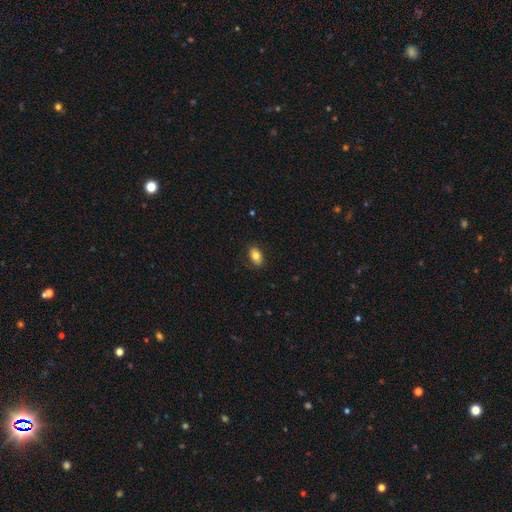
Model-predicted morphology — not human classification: Q: Smooth or featured?
A: smooth (79%); runner-up: featured or disk (13%)
Q: How rounded?
A: in between (88%); runner-up: round (11%)
Q: Merging?
A: none (82%); runner-up: minor disturbance (14%)